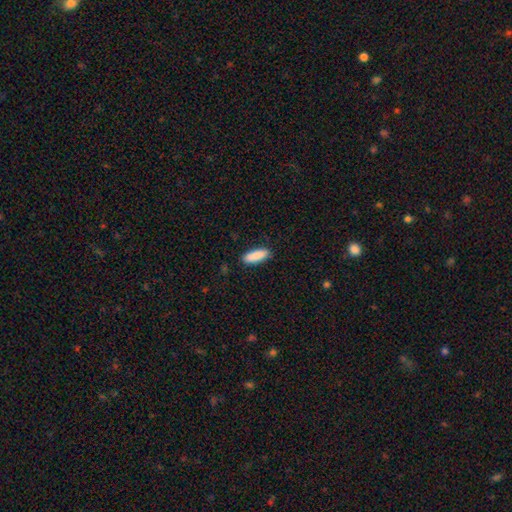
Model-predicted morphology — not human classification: Q: Smooth or featured?
A: smooth (89%); runner-up: star or artifact (6%)
Q: How rounded?
A: in between (66%); runner-up: cigar-shaped (32%)
Q: Merging?
A: none (88%); runner-up: minor disturbance (9%)